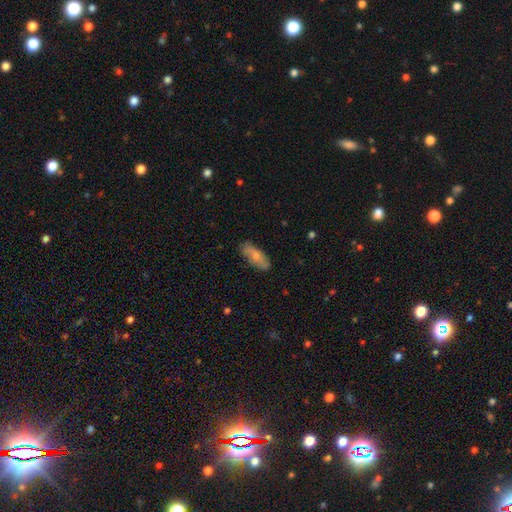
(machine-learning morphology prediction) smooth-or-featured: smooth: 74% | featured or disk: 20% | star or artifact: 6%
  how-rounded: in between: 67% | cigar-shaped: 31% | round: 2%
  merging: none: 82% | minor disturbance: 14% | major disturbance: 3% | merger: 1%